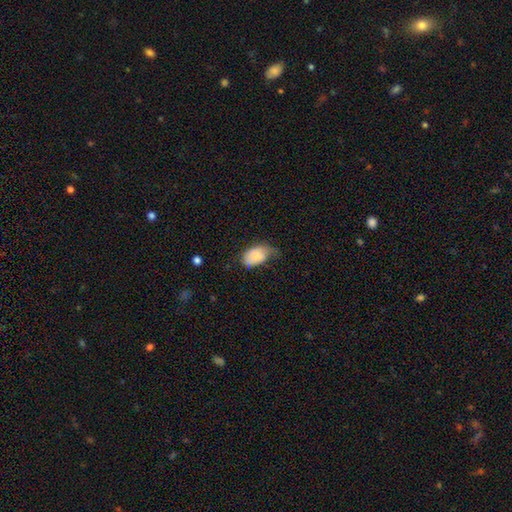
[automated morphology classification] A smooth galaxy with no disk features (78%) that is in between round and cigar-shaped (91%). Merging: minor disturbance (45%).